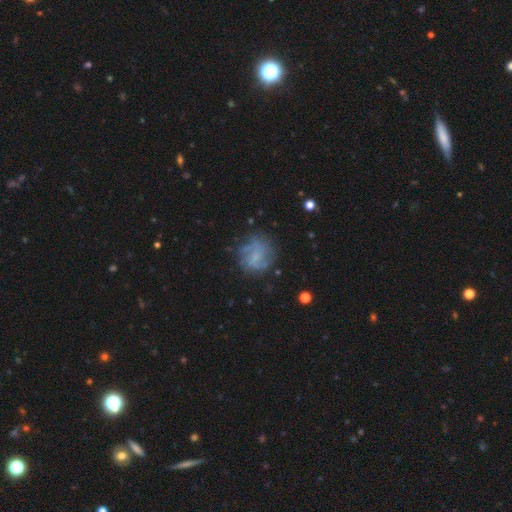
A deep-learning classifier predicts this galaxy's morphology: featured or disk 68%, smooth 22%, star or artifact 9%. Down the decision tree: edge-on disk — no (98%); bar — no (54%); spiral arms — yes (87%); spiral arm count — 2 (40%); spiral winding — medium (43%); bulge size — small (47%); merging — none (68%).